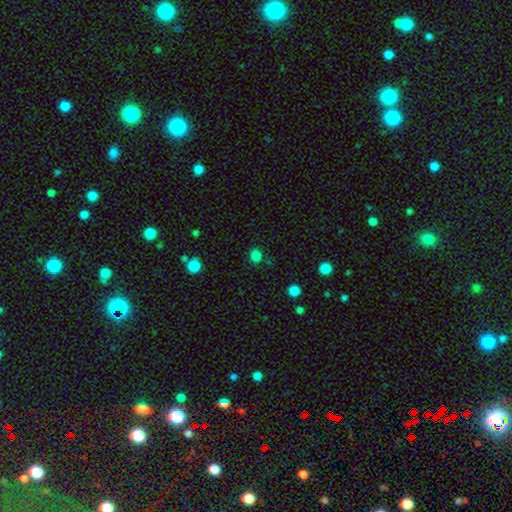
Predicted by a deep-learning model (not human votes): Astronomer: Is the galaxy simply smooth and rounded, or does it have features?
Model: smooth — 81%.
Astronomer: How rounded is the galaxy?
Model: round — 68%.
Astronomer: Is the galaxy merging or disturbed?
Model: none — 83%.